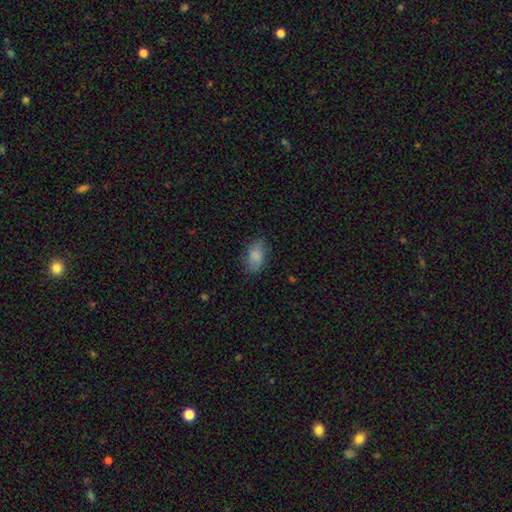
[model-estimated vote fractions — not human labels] Morphology: type=smooth (85%); roundness=in between (89%); merging=none (77%).